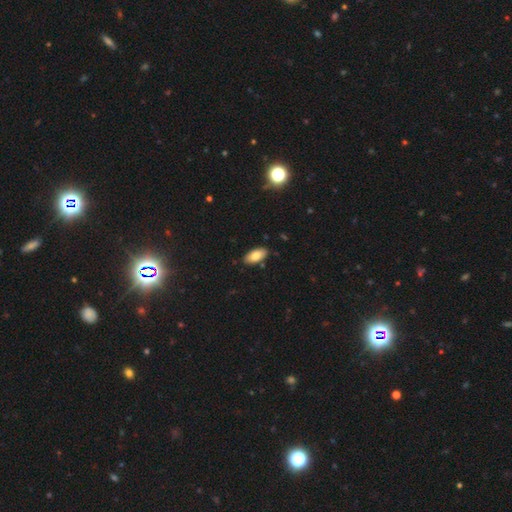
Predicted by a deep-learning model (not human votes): Q: Smooth or featured?
A: smooth (81%); runner-up: featured or disk (12%)
Q: How rounded?
A: in between (92%); runner-up: cigar-shaped (6%)
Q: Merging?
A: none (86%); runner-up: minor disturbance (10%)